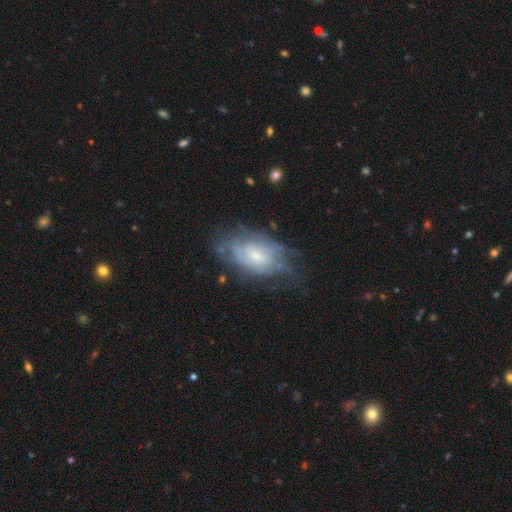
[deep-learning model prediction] This is likely a featured or disk galaxy (67%). It is clearly not viewed edge-on (93%). Bar: possibly no (56%). Spiral arm pattern: likely yes (74%). Central bulge: possibly small (45%). Merging: possibly none (56%).